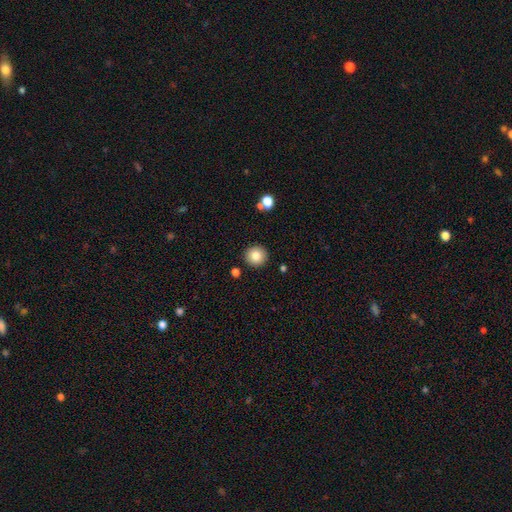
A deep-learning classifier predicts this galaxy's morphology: Smooth or featured?
  - smooth: 82% *
  - star or artifact: 10%
  - featured or disk: 8%
How rounded?
  - round: 93% *
  - in between: 6%
  - cigar-shaped: 1%
Merging?
  - none: 90% *
  - minor disturbance: 6%
  - merger: 2%
  - major disturbance: 2%